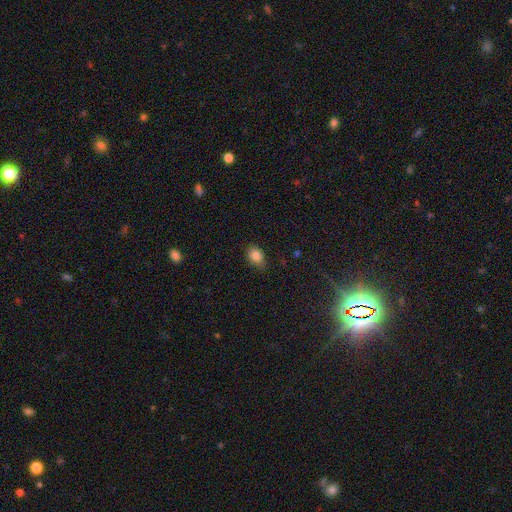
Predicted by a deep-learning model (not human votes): This is clearly a smooth galaxy (84%). How rounded: likely in between (68%). Merging: likely none (70%).